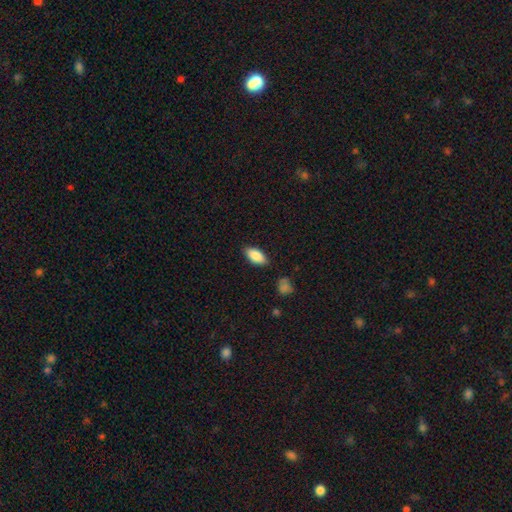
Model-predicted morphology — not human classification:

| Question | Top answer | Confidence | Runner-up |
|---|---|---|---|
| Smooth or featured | smooth | 86% | featured or disk (8%) |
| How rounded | in between | 90% | cigar-shaped (7%) |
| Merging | none | 84% | minor disturbance (12%) |